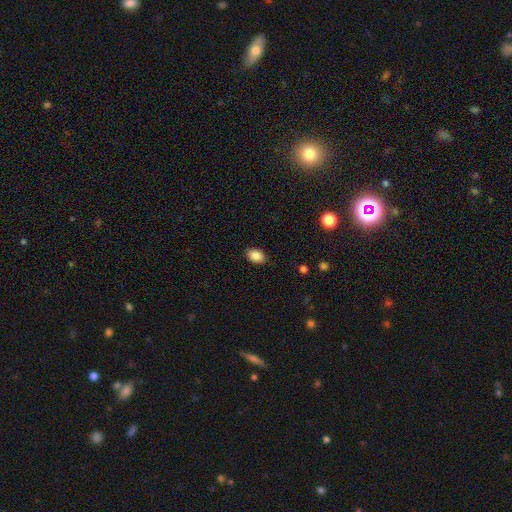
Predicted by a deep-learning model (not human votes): This is clearly a smooth galaxy (88%). How rounded: clearly in between (84%). Merging: clearly none (88%).